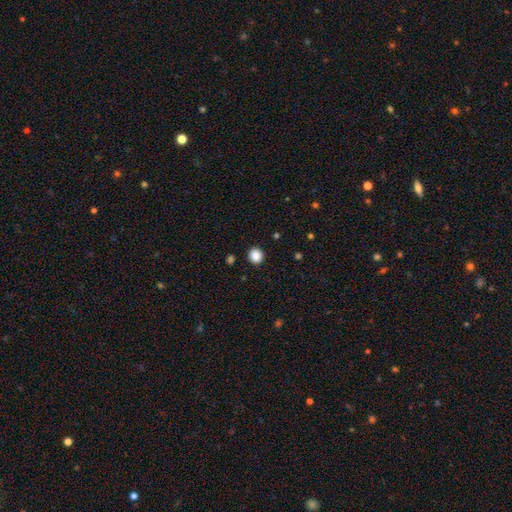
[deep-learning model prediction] Smooth or featured? smooth (87%)
How rounded? round (89%)
Merging? none (92%)